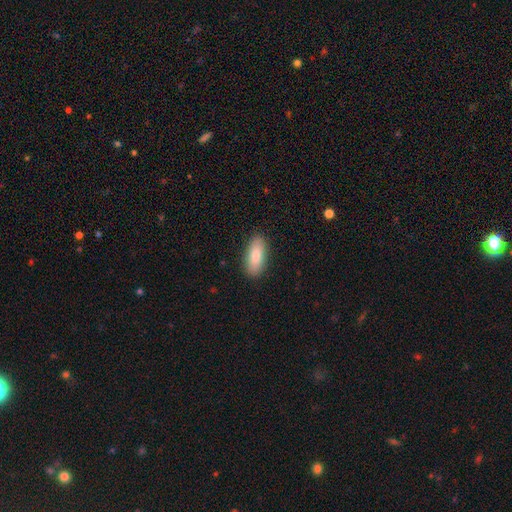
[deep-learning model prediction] smooth-or-featured: smooth: 84% | featured or disk: 10% | star or artifact: 6%
  how-rounded: in between: 82% | cigar-shaped: 15% | round: 2%
  merging: none: 88% | minor disturbance: 9% | major disturbance: 2% | merger: 1%